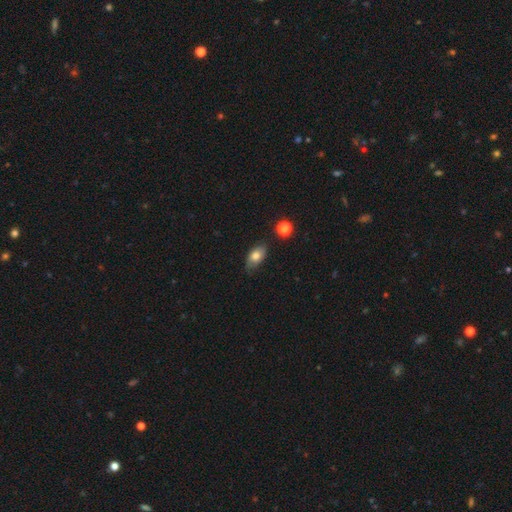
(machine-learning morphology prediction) Overall: smooth (75%). How rounded: in between (89%). Merging: none (73%).